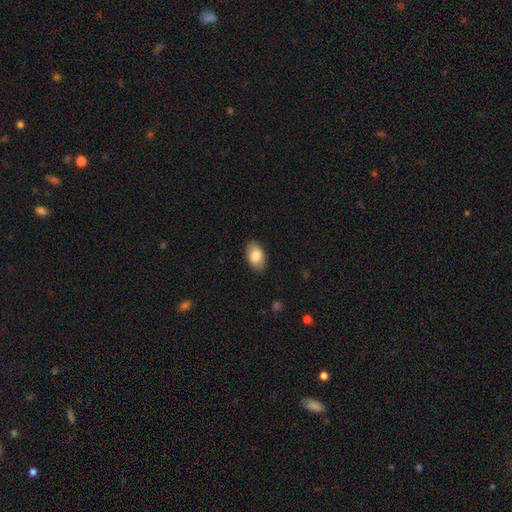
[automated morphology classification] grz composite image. It shows a smooth galaxy with no disk features (83%) that is in between round and cigar-shaped (92%). Merging: none (87%).